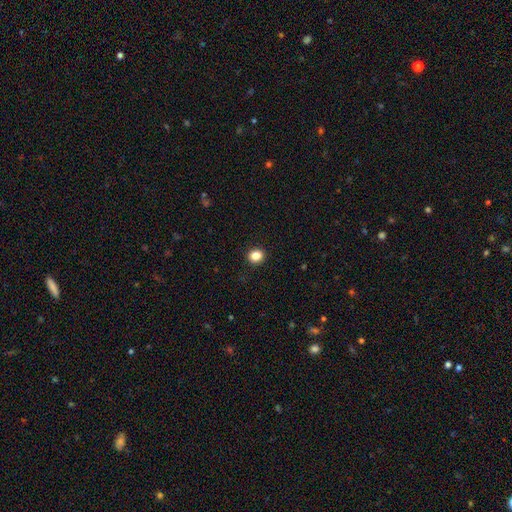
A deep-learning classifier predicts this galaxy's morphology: Smooth or featured? smooth (85%)
How rounded? round (75%)
Merging? none (92%)